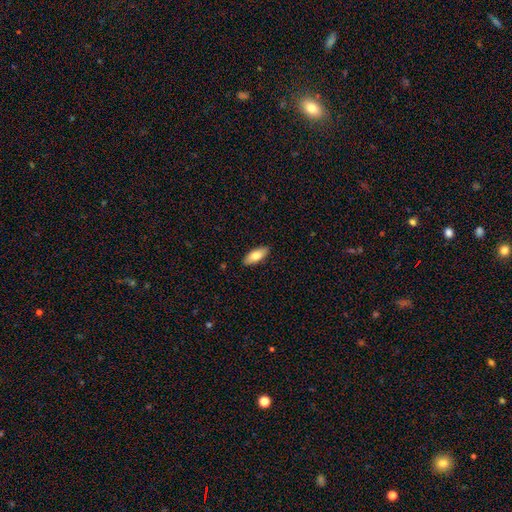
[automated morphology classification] Smooth or featured: smooth — 78% (featured or disk — 16%)
How rounded: in between — 80% (cigar-shaped — 17%)
Merging: none — 89% (minor disturbance — 9%)